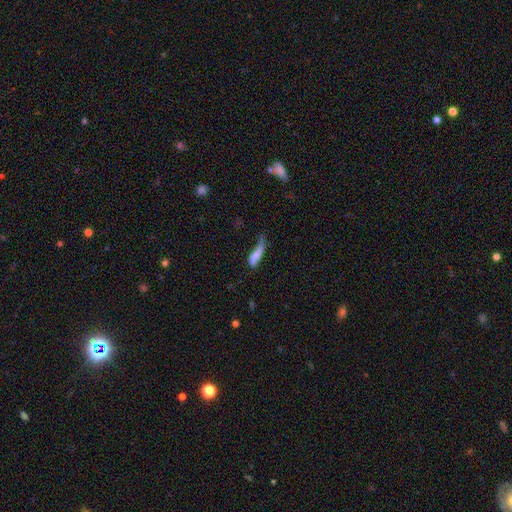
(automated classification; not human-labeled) Smooth or featured: smooth — 67% (featured or disk — 25%)
How rounded: cigar-shaped — 61% (in between — 36%)
Merging: major disturbance — 37% (minor disturbance — 29%)